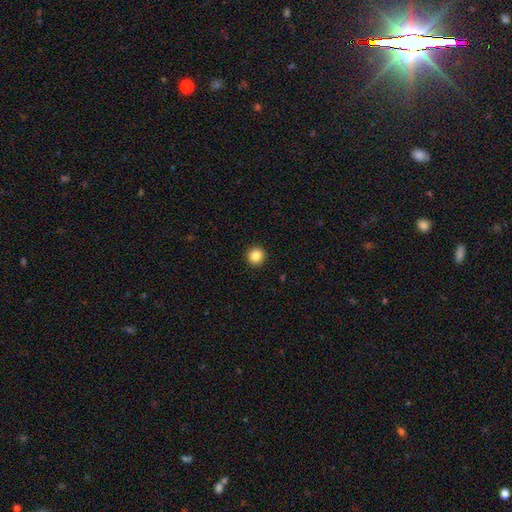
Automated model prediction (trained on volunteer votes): Smooth or featured?
  - smooth: 86% *
  - star or artifact: 10%
  - featured or disk: 4%
How rounded?
  - round: 94% *
  - in between: 5%
  - cigar-shaped: 1%
Merging?
  - none: 93% *
  - minor disturbance: 4%
  - major disturbance: 2%
  - merger: 1%